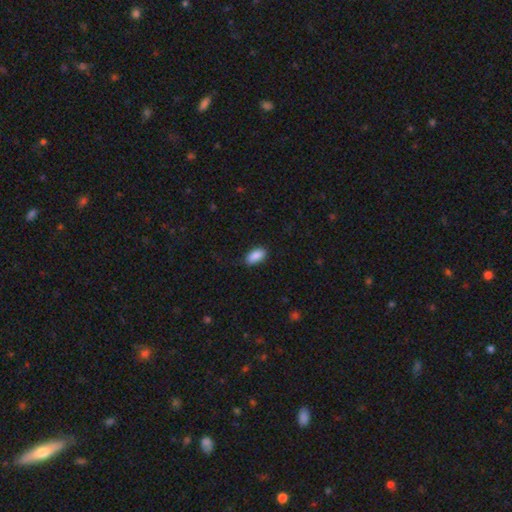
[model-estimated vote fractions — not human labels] A smooth galaxy with no disk features (89%) that is in between round and cigar-shaped (93%).

Vote fractions:
- Smooth or featured? smooth: 89% / star or artifact: 7% / featured or disk: 4%
- How rounded? in between: 93% / cigar-shaped: 4% / round: 3%
- Merging? none: 82% / minor disturbance: 14% / major disturbance: 3% / merger: 1%